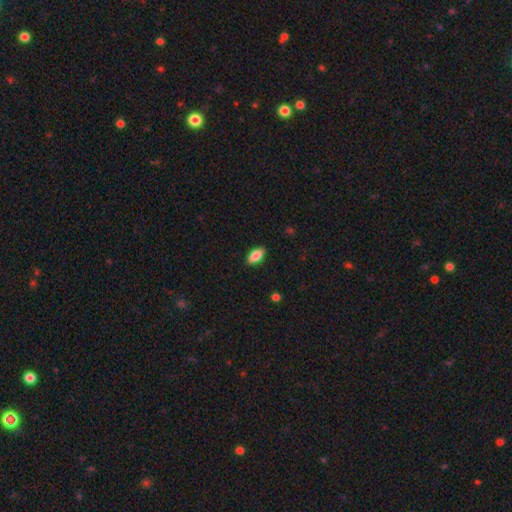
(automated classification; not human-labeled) Smooth or featured? Predicted: smooth (p=0.82). How rounded? Predicted: in between (p=0.90). Merging? Predicted: none (p=0.89).